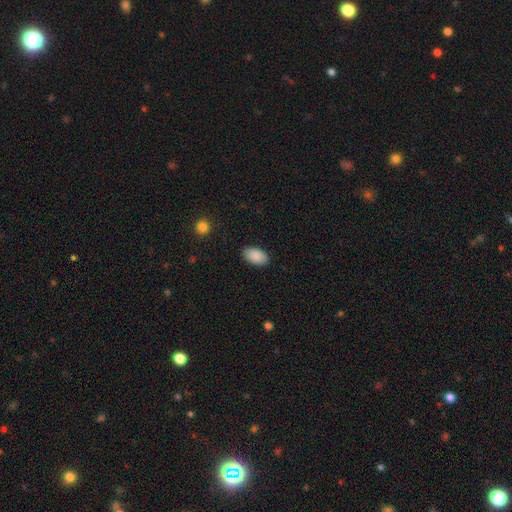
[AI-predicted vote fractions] smooth 90%, star or artifact 6%, featured or disk 4%. Down the decision tree: how rounded — in between (94%); merging — none (88%).